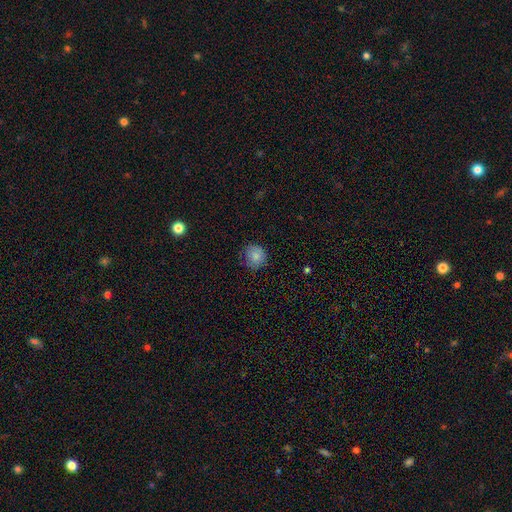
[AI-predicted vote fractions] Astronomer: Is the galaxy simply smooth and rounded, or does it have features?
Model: smooth — 84%.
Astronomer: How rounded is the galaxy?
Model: round — 87%.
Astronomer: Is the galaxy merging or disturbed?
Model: none — 76%.